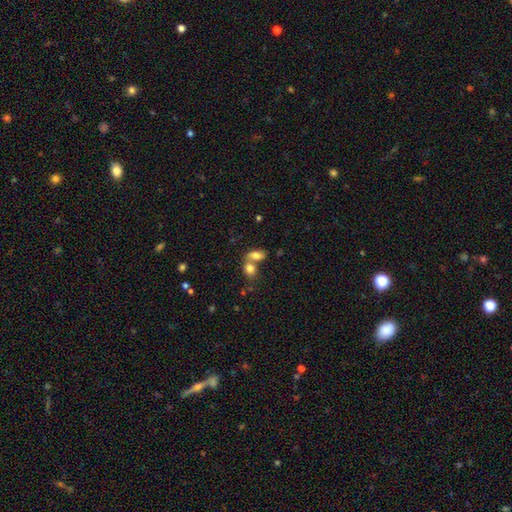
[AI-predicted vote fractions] Q: Smooth or featured?
A: smooth (77%); runner-up: featured or disk (14%)
Q: How rounded?
A: in between (81%); runner-up: round (14%)
Q: Merging?
A: merger (55%); runner-up: none (32%)